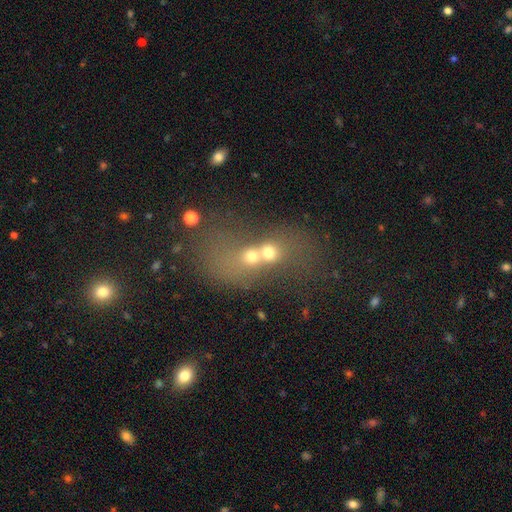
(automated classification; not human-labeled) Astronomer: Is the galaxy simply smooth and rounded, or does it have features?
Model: smooth — 45% (runner-up: featured or disk, 33%).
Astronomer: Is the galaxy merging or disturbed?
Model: merger — 77%.